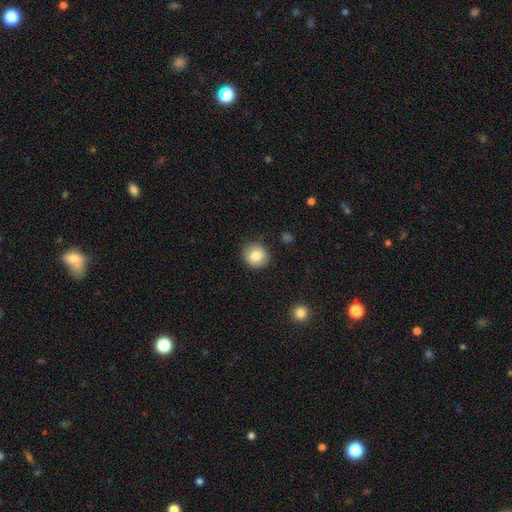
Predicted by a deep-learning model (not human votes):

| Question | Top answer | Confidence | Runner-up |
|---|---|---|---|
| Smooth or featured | smooth | 83% | star or artifact (9%) |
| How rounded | round | 85% | in between (14%) |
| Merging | none | 87% | minor disturbance (9%) |